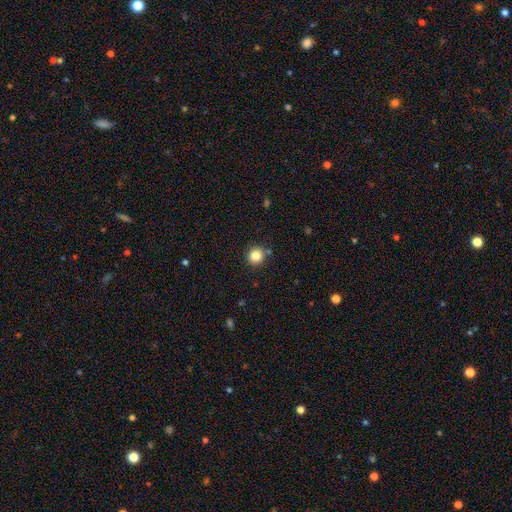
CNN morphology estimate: Overall: smooth (84%). How rounded: round (92%). Merging: none (87%).